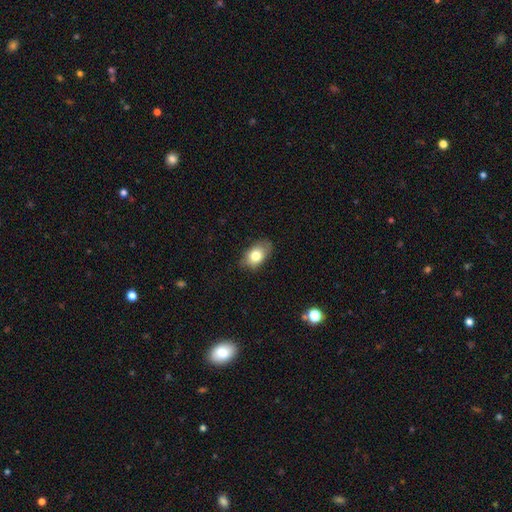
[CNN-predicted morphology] Smooth or featured?
  - smooth: 78% *
  - featured or disk: 14%
  - star or artifact: 8%
How rounded?
  - in between: 85% *
  - round: 14%
  - cigar-shaped: 2%
Merging?
  - none: 73% *
  - minor disturbance: 21%
  - major disturbance: 4%
  - merger: 1%